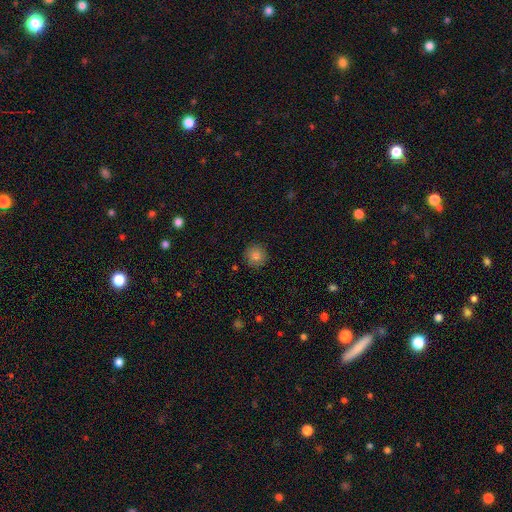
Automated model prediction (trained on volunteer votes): This is clearly a smooth galaxy (84%). How rounded: clearly round (95%). Merging: clearly none (91%).